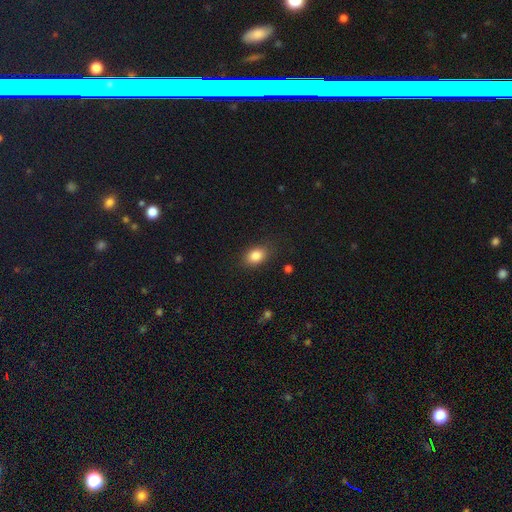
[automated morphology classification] Overall: smooth (85%). How rounded: in between (74%). Merging: none (84%).